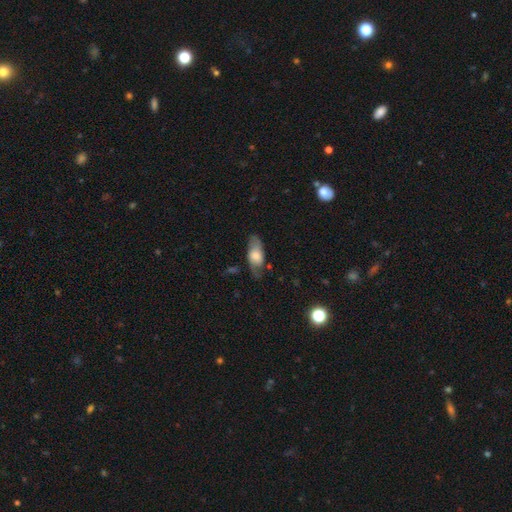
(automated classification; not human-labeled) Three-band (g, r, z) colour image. It shows a smooth galaxy with no disk features (54%) that is in between round and cigar-shaped (84%). Merging: none (62%).